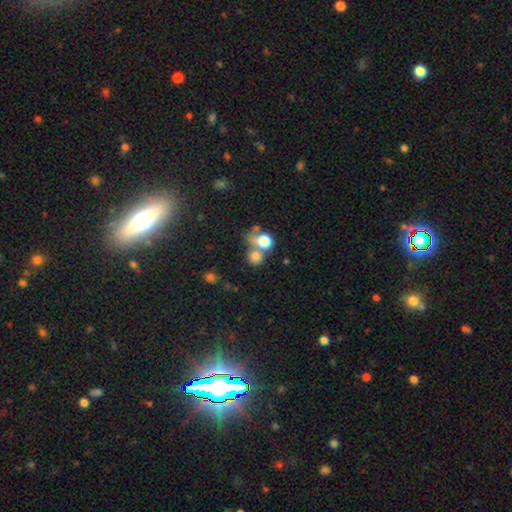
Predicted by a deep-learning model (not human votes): The model was most divided on "smooth or featured": star or artifact: 50%, smooth: 32%, featured or disk: 18%.